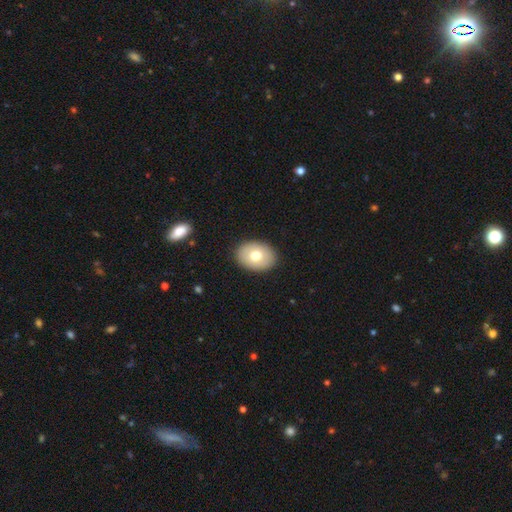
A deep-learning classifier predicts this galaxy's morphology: Smooth or featured? Predicted: smooth (p=0.72). How rounded? Predicted: in between (p=0.76). Merging? Predicted: none (p=0.90).